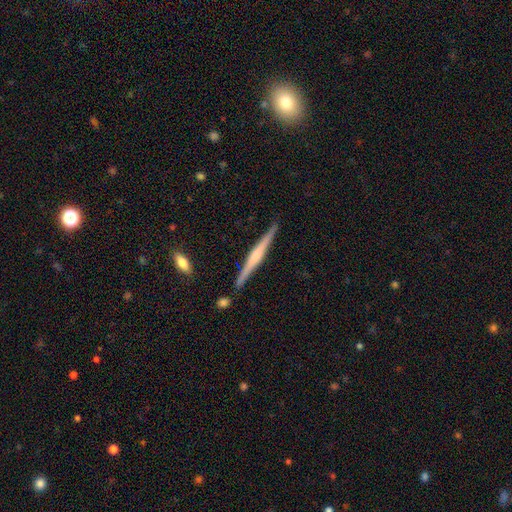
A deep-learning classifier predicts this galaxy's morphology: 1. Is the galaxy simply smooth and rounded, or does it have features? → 72% featured or disk, 23% smooth, 5% star or artifact.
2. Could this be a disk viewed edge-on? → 98% yes, 2% no.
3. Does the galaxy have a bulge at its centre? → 61% rounded, 21% boxy, 18% none.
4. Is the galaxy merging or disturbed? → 88% none, 8% minor disturbance, 2% merger, 2% major disturbance.